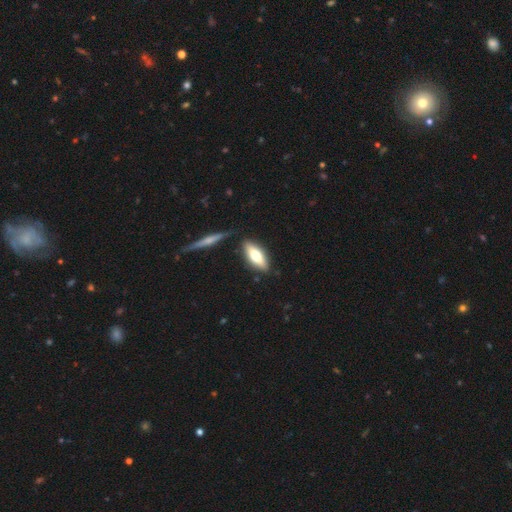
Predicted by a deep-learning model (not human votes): A smooth galaxy with no disk features (62%) that is in between round and cigar-shaped (68%).

Vote fractions:
- Smooth or featured? smooth: 62% / featured or disk: 32% / star or artifact: 6%
- How rounded? in between: 68% / cigar-shaped: 30% / round: 2%
- Merging? none: 81% / minor disturbance: 11% / merger: 6% / major disturbance: 3%